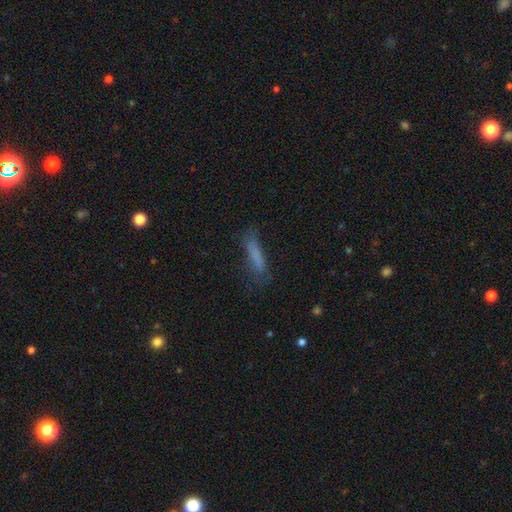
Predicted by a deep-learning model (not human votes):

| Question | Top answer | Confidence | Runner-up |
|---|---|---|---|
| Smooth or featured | smooth | 71% | featured or disk (17%) |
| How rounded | cigar-shaped | 80% | in between (18%) |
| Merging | none | 68% | minor disturbance (21%) |